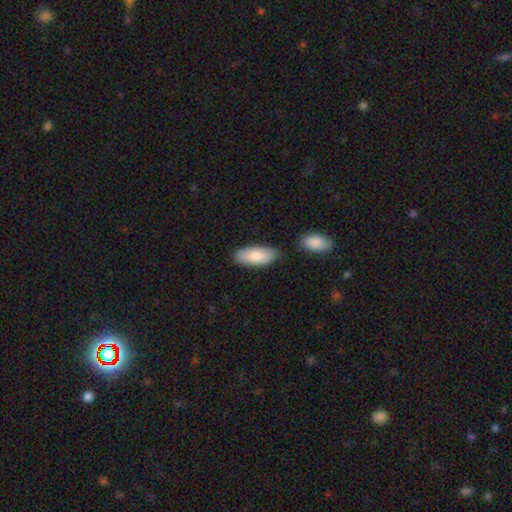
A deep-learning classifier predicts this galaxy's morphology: Smooth or featured? smooth (79%)
How rounded? in between (87%)
Merging? none (76%)